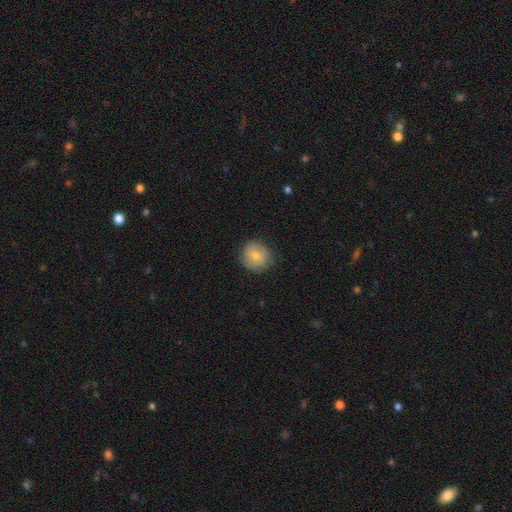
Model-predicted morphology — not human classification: smooth 69%, featured or disk 23%, star or artifact 8%. Down the decision tree: how rounded — round (87%); merging — none (84%).